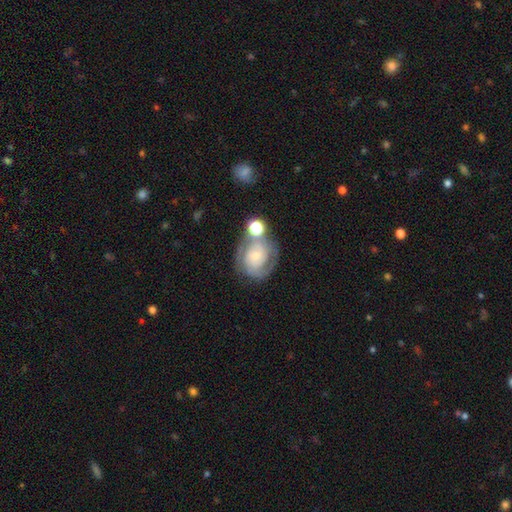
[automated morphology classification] A featured or disk galaxy (73%) with no bar (70%), 2 (56%) tight (56%) spiral arms (90%) and a small central bulge (67%).

Vote fractions:
- Smooth or featured? featured or disk: 73% / smooth: 20% / star or artifact: 8%
- Edge-on disk? no: 97% / yes: 3%
- Bar? no: 70% / weak: 24% / strong: 6%
- Spiral arms? yes: 90% / no: 10%
- Spiral winding? tight: 56% / medium: 34% / loose: 10%
- Spiral arm count? 2: 56% / can't tell: 22% / 3: 12% / 1: 5% / 4: 3% / more than 4: 3%
- Bulge size? small: 67% / moderate: 22% / none: 5% / large: 4% / dominant: 2%
- Merging? none: 53% / merger: 19% / minor disturbance: 18% / major disturbance: 11%